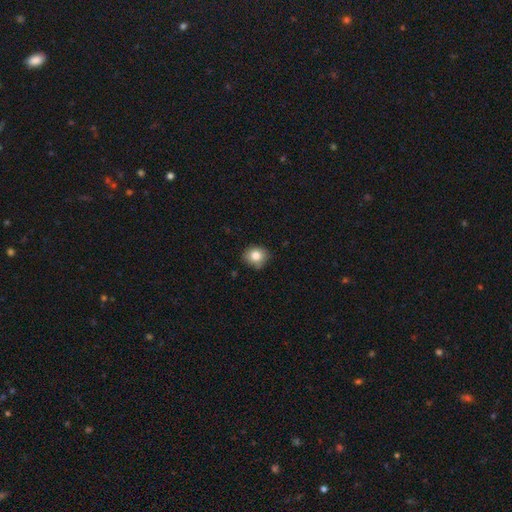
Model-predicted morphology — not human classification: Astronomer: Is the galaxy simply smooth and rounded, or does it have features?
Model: smooth — 82%.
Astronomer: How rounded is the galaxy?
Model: round — 72%.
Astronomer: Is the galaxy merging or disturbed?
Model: none — 79%.